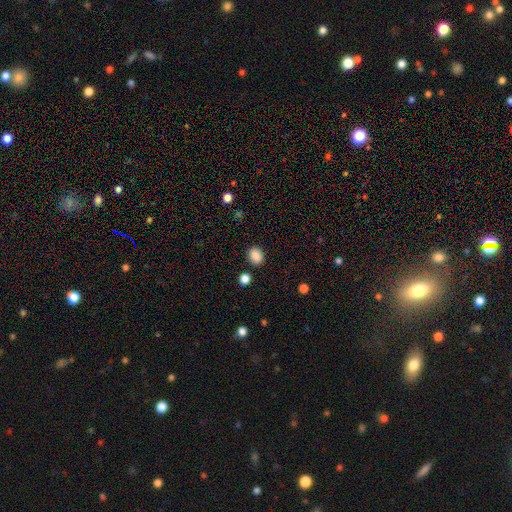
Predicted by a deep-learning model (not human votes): This appears to be a smooth galaxy with no disk features (87%) that is round (56%). Merging: none (87%).